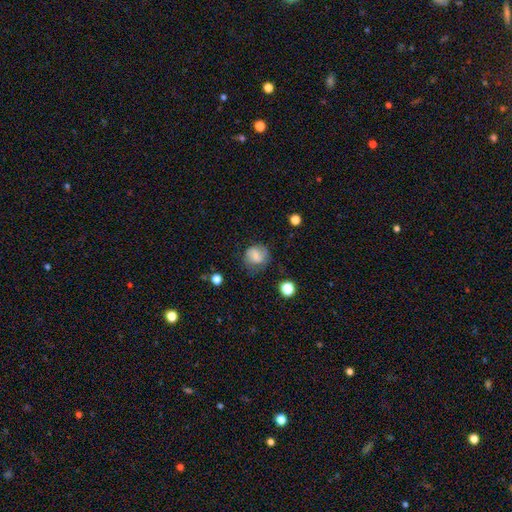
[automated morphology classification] This appears to be a smooth galaxy with no disk features (66%) that is round (78%). Merging: none (59%).